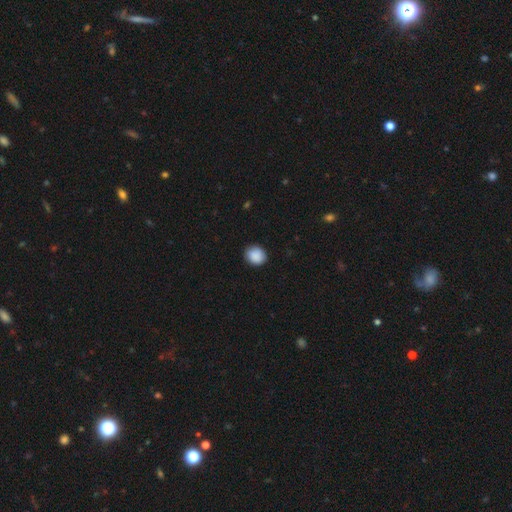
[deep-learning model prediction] This is clearly a smooth galaxy (89%). How rounded: likely round (76%). Merging: clearly none (86%).